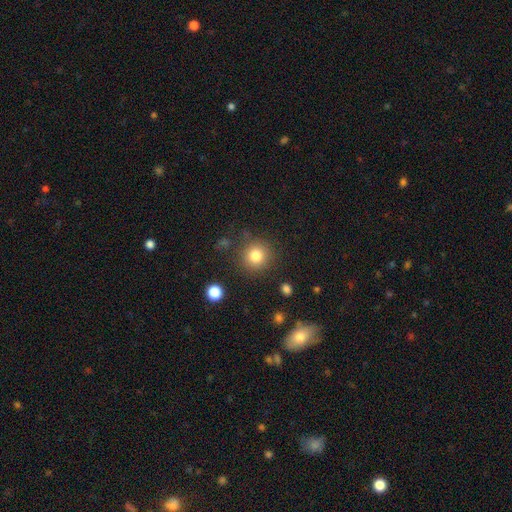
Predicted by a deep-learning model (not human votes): Morphology: type=smooth (81%); roundness=round (92%); merging=none (84%).